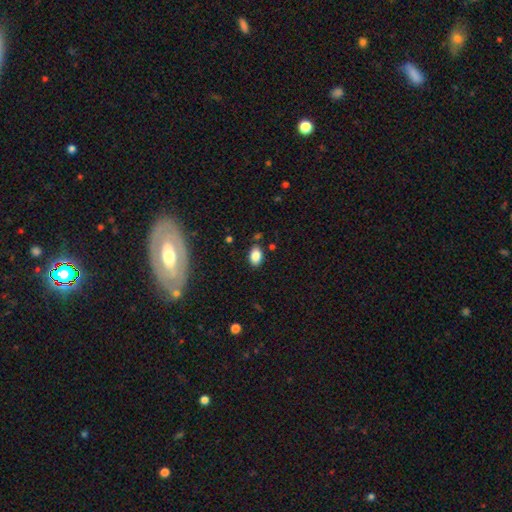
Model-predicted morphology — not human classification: Smooth or featured? Predicted: smooth (p=0.86). How rounded? Predicted: in between (p=0.87). Merging? Predicted: none (p=0.82).